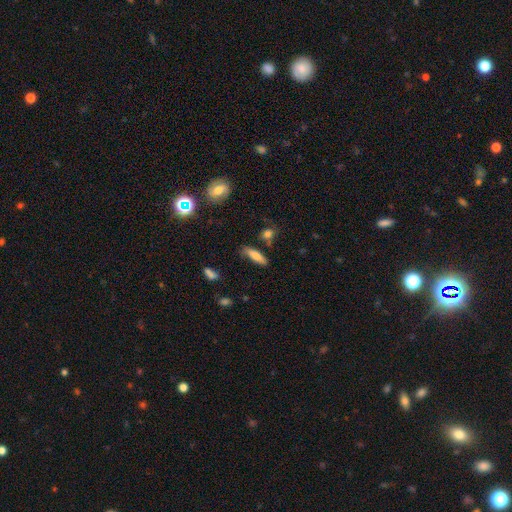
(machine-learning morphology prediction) A smooth galaxy with no disk features (77%) that is cigar-shaped (61%). Merging: none (72%).